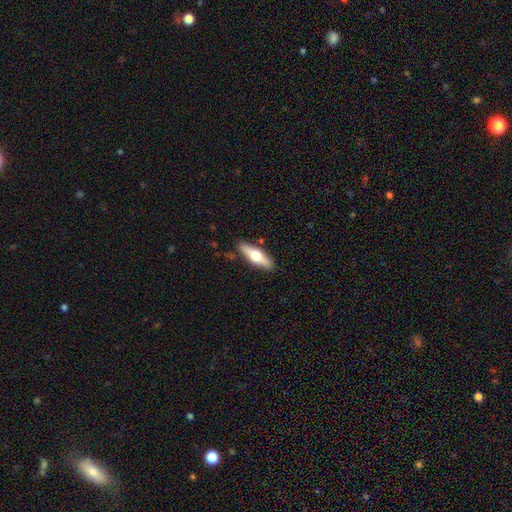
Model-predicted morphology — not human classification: Q: Smooth or featured?
A: smooth (51%); runner-up: featured or disk (44%)
Q: How rounded?
A: cigar-shaped (52%); runner-up: in between (45%)
Q: Merging?
A: none (86%); runner-up: minor disturbance (10%)